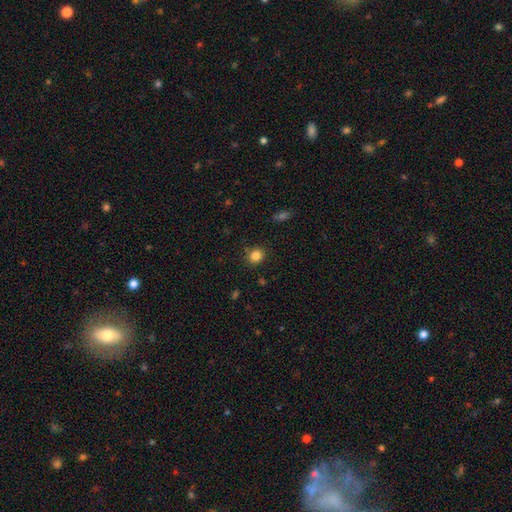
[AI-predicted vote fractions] A smooth galaxy with no disk features (84%) that is round (78%).

Vote fractions:
- Smooth or featured? smooth: 84% / star or artifact: 11% / featured or disk: 5%
- How rounded? round: 78% / in between: 21% / cigar-shaped: 1%
- Merging? none: 87% / minor disturbance: 8% / major disturbance: 2% / merger: 2%